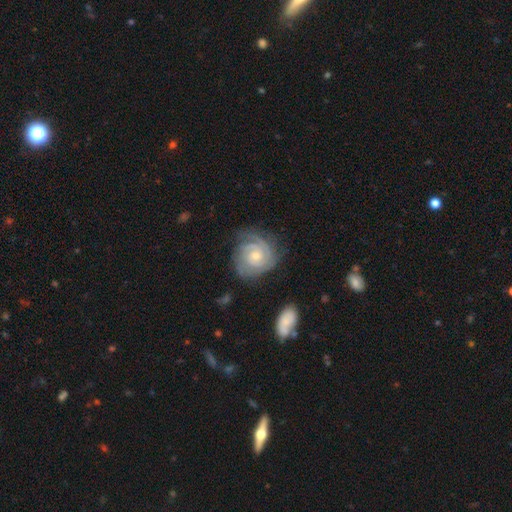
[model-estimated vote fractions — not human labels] A featured or disk galaxy (83%) with no bar (72%), 2 (31%) tight (75%) spiral arms (95%) and a small central bulge (49%).

Vote fractions:
- Smooth or featured? featured or disk: 83% / smooth: 12% / star or artifact: 5%
- Edge-on disk? no: 98% / yes: 2%
- Bar? no: 72% / weak: 24% / strong: 4%
- Spiral arms? yes: 95% / no: 5%
- Spiral winding? tight: 75% / medium: 20% / loose: 5%
- Spiral arm count? 2: 31% / can't tell: 28% / 3: 24% / 1: 7% / 4: 6% / more than 4: 5%
- Bulge size? small: 49% / moderate: 45% / large: 3% / none: 2% / dominant: 1%
- Merging? none: 67% / minor disturbance: 21% / major disturbance: 9% / merger: 2%